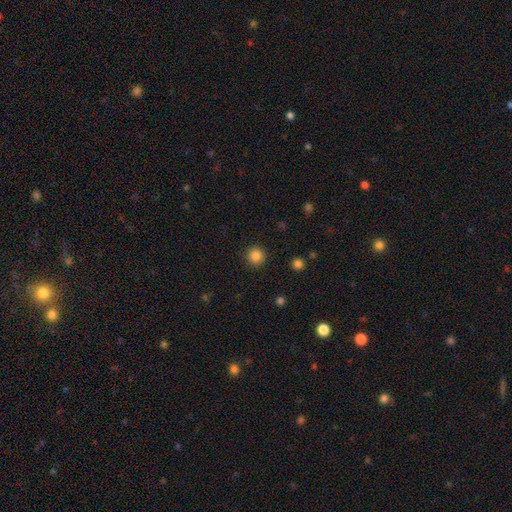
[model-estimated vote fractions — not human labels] smooth 85%, star or artifact 11%, featured or disk 4%. Down the decision tree: how rounded — round (94%); merging — none (91%).